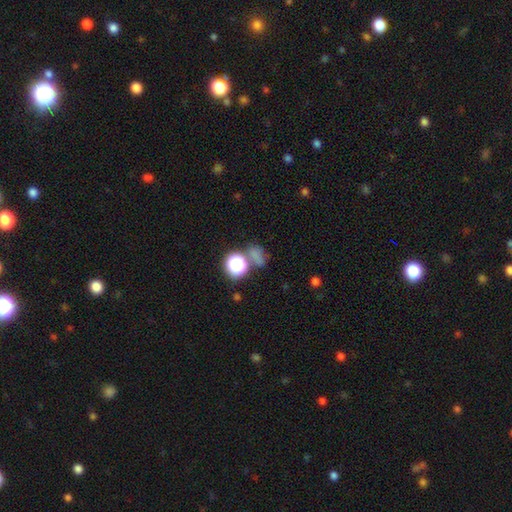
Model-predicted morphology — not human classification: Smooth or featured? smooth (62%)
How rounded? round (60%)
Merging? none (53%)